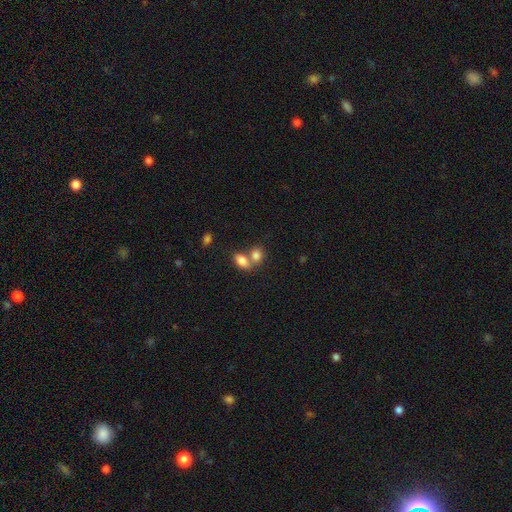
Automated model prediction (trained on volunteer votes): Smooth or featured?
  - smooth: 82% *
  - featured or disk: 9%
  - star or artifact: 9%
How rounded?
  - in between: 73% *
  - round: 25%
  - cigar-shaped: 2%
Merging?
  - merger: 57% *
  - none: 33%
  - minor disturbance: 8%
  - major disturbance: 3%